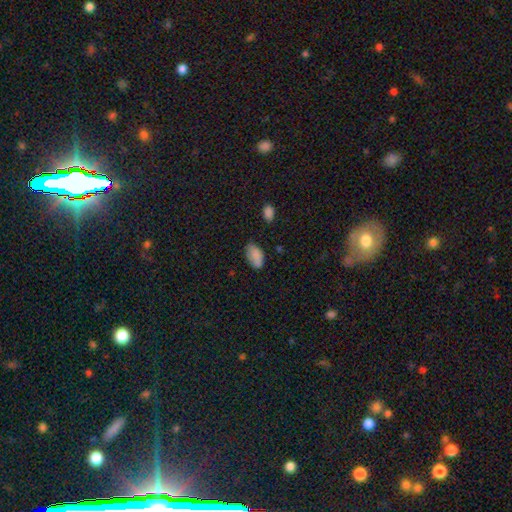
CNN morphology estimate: This appears to be a smooth galaxy with no disk features (84%) that is in between round and cigar-shaped (93%). Merging: none (66%).